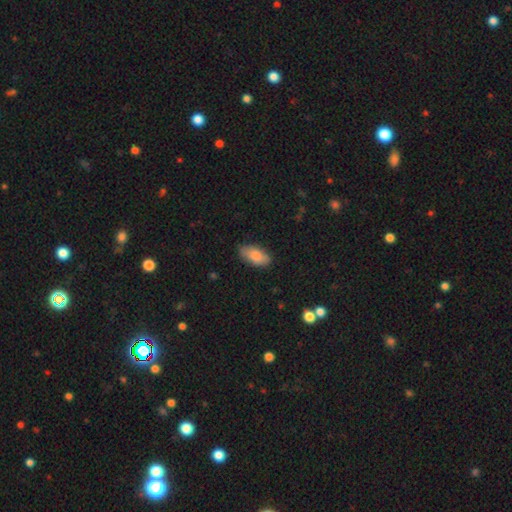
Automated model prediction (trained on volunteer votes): The model was most divided on "merging": none: 82%, minor disturbance: 15%, major disturbance: 3%, merger: 1%. More confident: how rounded — in between (91%); smooth or featured — smooth (82%).